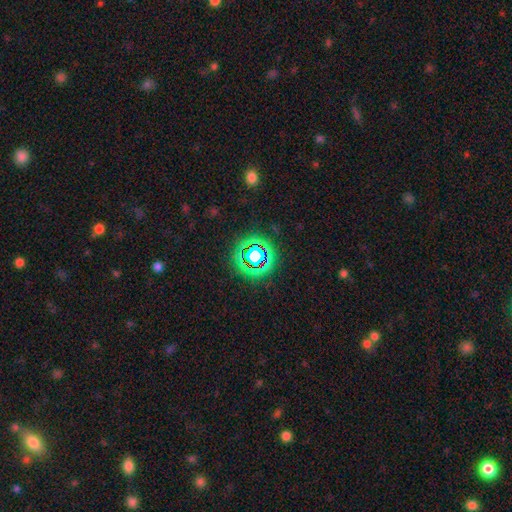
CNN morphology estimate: Smooth or featured?
  - star or artifact: 75% *
  - smooth: 17%
  - featured or disk: 8%